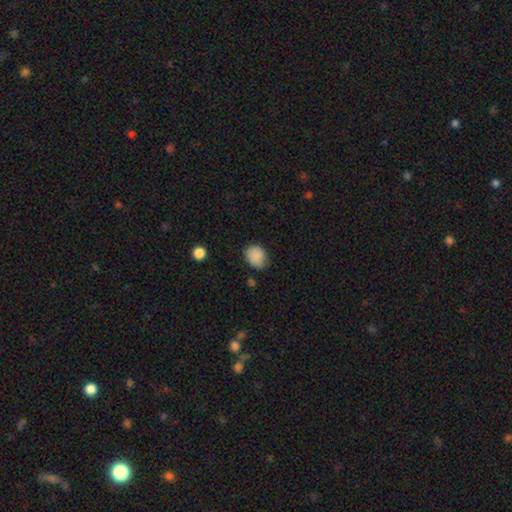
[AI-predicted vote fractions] A smooth galaxy with no disk features (87%) that is round (52%).

Vote fractions:
- Smooth or featured? smooth: 87% / star or artifact: 8% / featured or disk: 4%
- How rounded? round: 52% / in between: 47% / cigar-shaped: 1%
- Merging? none: 64% / minor disturbance: 28% / major disturbance: 5% / merger: 2%